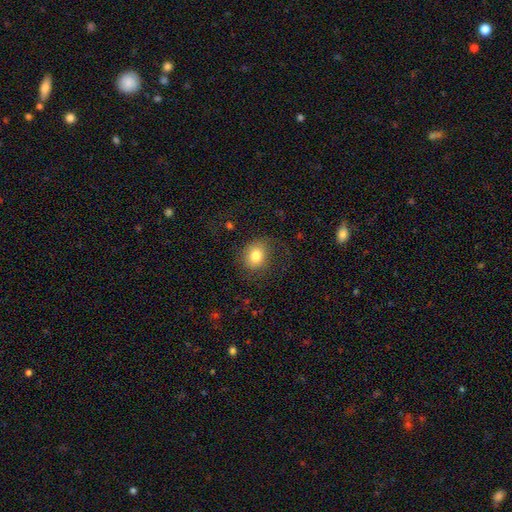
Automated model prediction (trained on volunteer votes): Q: Smooth or featured?
A: smooth (78%); runner-up: featured or disk (11%)
Q: How rounded?
A: round (64%); runner-up: in between (35%)
Q: Merging?
A: none (72%); runner-up: minor disturbance (15%)